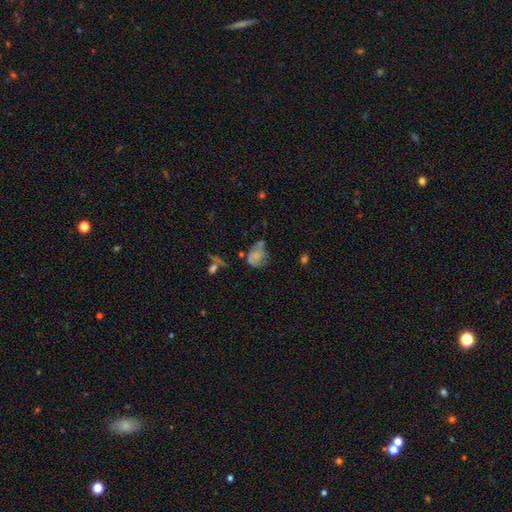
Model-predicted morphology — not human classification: Q: Smooth or featured?
A: smooth (60%); runner-up: featured or disk (28%)
Q: How rounded?
A: round (51%); runner-up: in between (48%)
Q: Merging?
A: none (31%); runner-up: minor disturbance (27%)